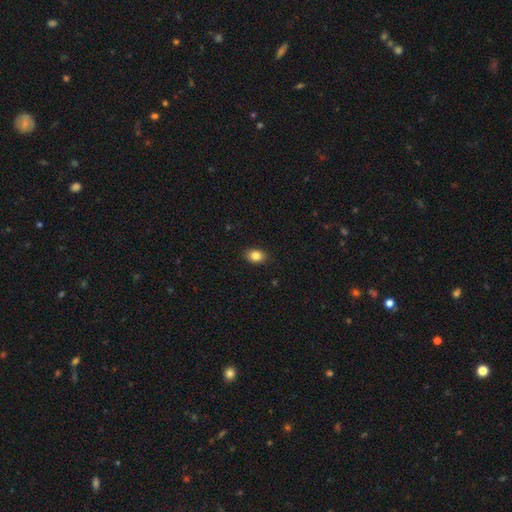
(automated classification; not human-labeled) The model was most divided on "how rounded": in between: 75%, round: 24%, cigar-shaped: 1%. More confident: merging — none (89%); smooth or featured — smooth (85%).